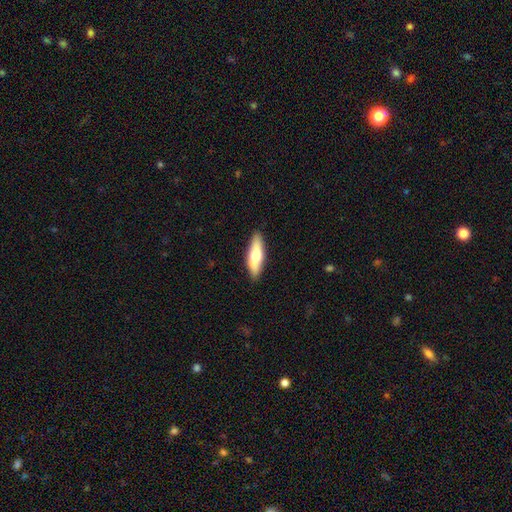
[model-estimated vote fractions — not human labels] A smooth galaxy with no disk features (62%) that is cigar-shaped (53%). Merging: none (88%).